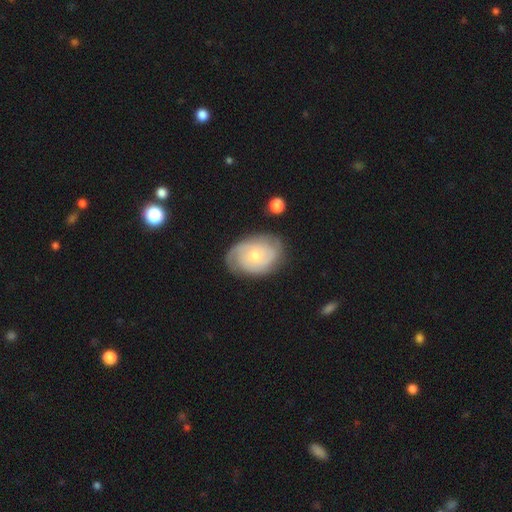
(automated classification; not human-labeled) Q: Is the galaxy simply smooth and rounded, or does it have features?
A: featured or disk — 70%.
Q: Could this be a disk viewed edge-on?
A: no — 97%.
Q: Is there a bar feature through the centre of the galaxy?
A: no — 77%.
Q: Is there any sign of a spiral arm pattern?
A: yes — 90%.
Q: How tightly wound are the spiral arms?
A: tight — 58%.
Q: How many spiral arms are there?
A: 2 — 36%.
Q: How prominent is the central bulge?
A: small — 59%.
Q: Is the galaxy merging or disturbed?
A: none — 73%.